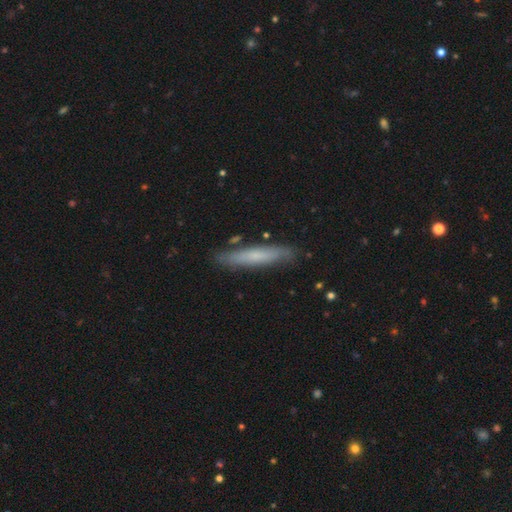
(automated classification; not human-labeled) Morphology: type=smooth (60%); roundness=cigar-shaped (90%); merging=none (84%).